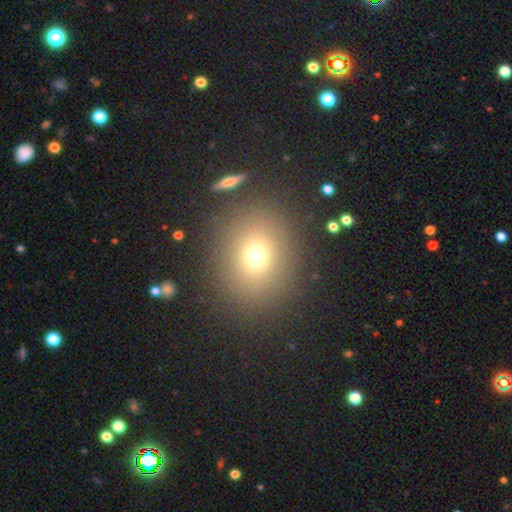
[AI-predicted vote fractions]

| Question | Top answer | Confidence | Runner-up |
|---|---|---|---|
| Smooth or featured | smooth | 69% | star or artifact (19%) |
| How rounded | round | 71% | in between (28%) |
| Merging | none | 84% | minor disturbance (8%) |